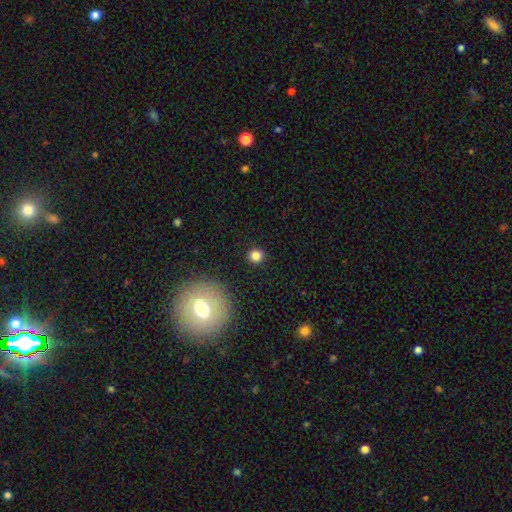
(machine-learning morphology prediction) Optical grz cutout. It shows a smooth galaxy with no disk features (82%) that is round (89%). Merging: none (90%).